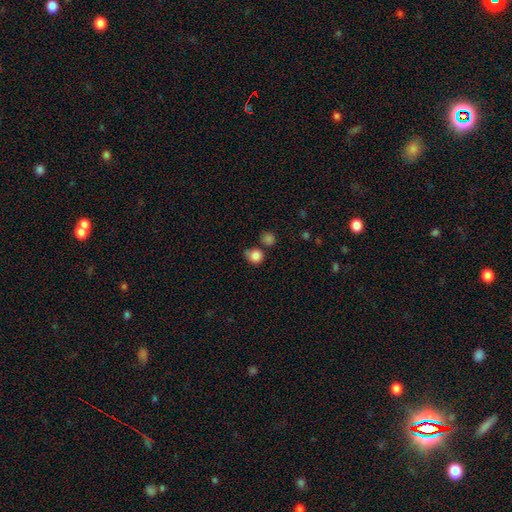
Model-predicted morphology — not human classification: Smooth or featured: smooth — 84% (star or artifact — 10%)
How rounded: round — 84% (in between — 15%)
Merging: none — 59% (minor disturbance — 21%)